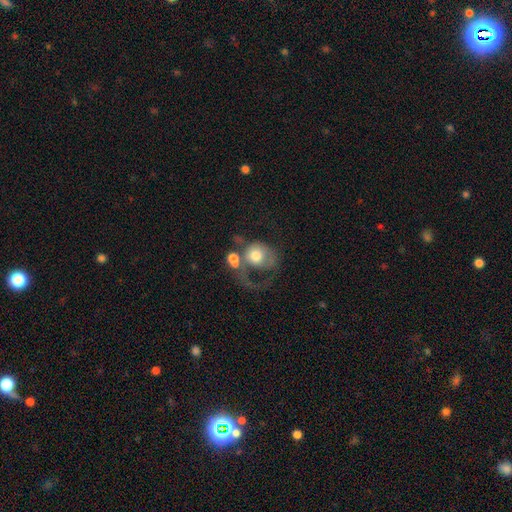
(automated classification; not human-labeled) Morphology: type=smooth (56%); roundness=round (65%); merging=major disturbance (39%).